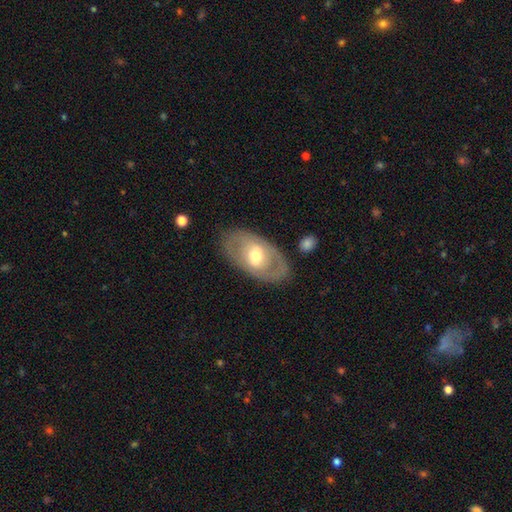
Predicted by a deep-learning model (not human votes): Smooth or featured? Predicted: featured or disk (p=0.60). Edge-on disk? Predicted: no (p=0.89). Bar? Predicted: no (p=0.46). Spiral arms? Predicted: no (p=0.60). Bulge size? Predicted: moderate (p=0.68). Merging? Predicted: none (p=0.80).